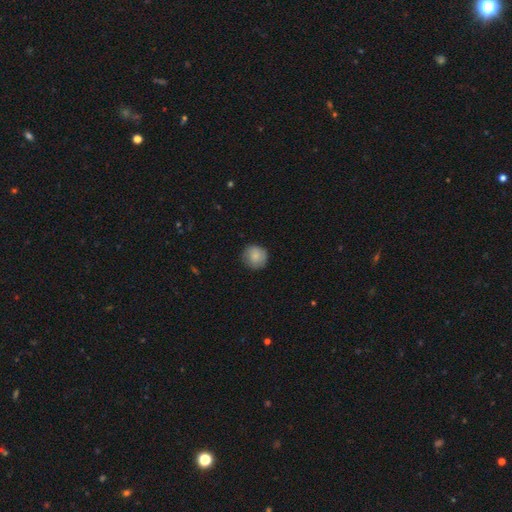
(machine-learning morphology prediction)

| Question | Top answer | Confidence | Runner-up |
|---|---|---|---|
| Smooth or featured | smooth | 85% | featured or disk (8%) |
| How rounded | round | 93% | in between (6%) |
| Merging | none | 84% | minor disturbance (13%) |